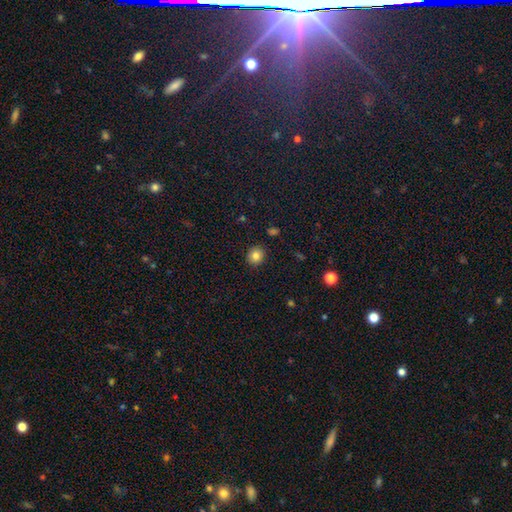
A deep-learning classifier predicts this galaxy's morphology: Q: Smooth or featured?
A: smooth (83%); runner-up: star or artifact (11%)
Q: How rounded?
A: round (79%); runner-up: in between (21%)
Q: Merging?
A: none (90%); runner-up: minor disturbance (7%)